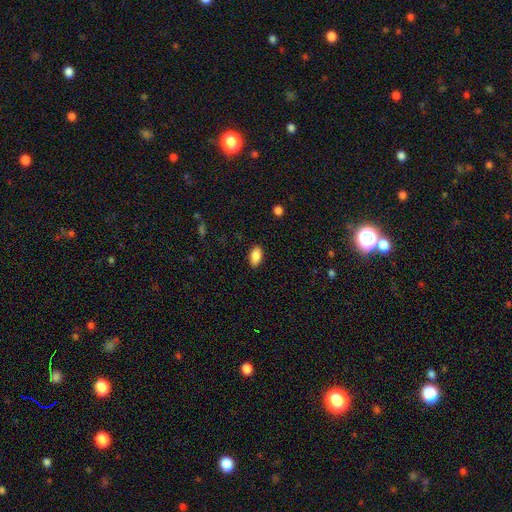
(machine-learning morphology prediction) Smooth or featured? Predicted: smooth (p=0.88). How rounded? Predicted: in between (p=0.93). Merging? Predicted: none (p=0.87).